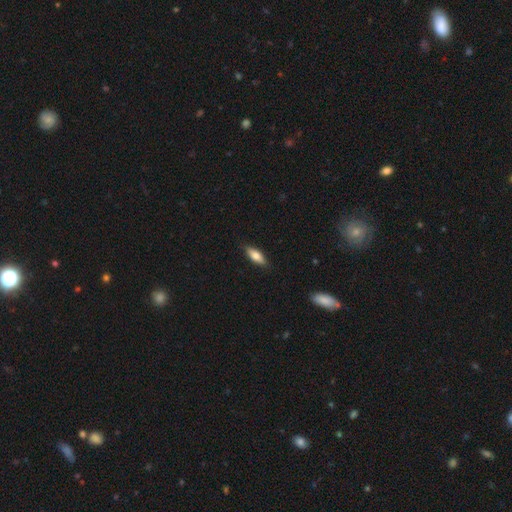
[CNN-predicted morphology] Smooth or featured? Predicted: smooth (p=0.70). How rounded? Predicted: in between (p=0.68). Merging? Predicted: none (p=0.85).